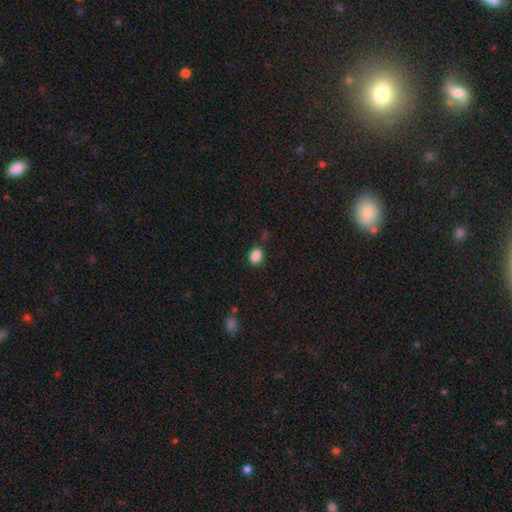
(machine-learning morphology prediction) A smooth galaxy with no disk features (87%) that is in between round and cigar-shaped (56%). Merging: none (73%).